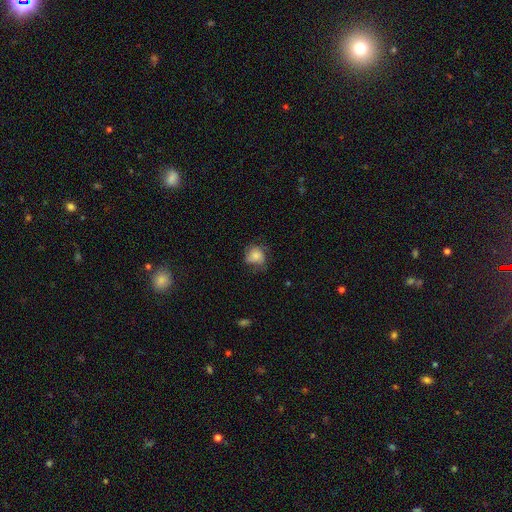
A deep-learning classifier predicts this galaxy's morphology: smooth 63%, featured or disk 28%, star or artifact 9%. Down the decision tree: how rounded — round (72%); merging — none (56%).